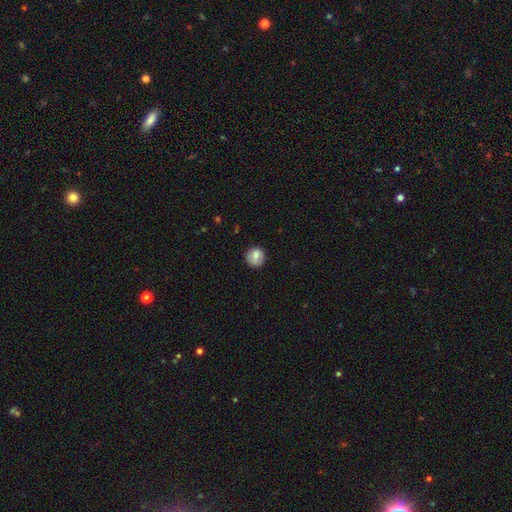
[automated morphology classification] Smooth or featured: smooth — 77% (featured or disk — 15%)
How rounded: round — 90% (in between — 9%)
Merging: none — 82% (minor disturbance — 13%)